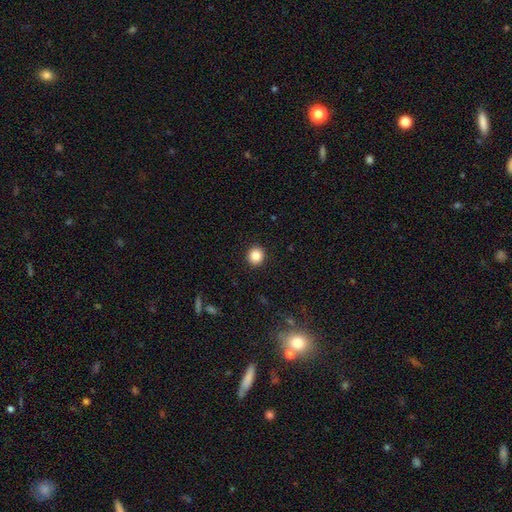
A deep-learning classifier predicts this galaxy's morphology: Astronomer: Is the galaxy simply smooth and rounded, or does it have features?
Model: smooth — 86%.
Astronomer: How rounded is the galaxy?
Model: round — 88%.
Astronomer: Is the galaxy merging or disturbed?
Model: none — 93%.